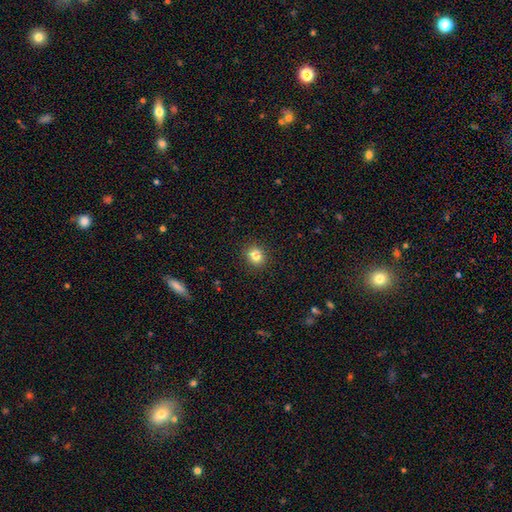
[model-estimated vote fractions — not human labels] smooth_or_featured: smooth (p=0.82) [alt: star or artifact p=0.11]
how_rounded: round (p=0.67) [alt: in between p=0.32]
merging: none (p=0.89) [alt: minor disturbance p=0.08]